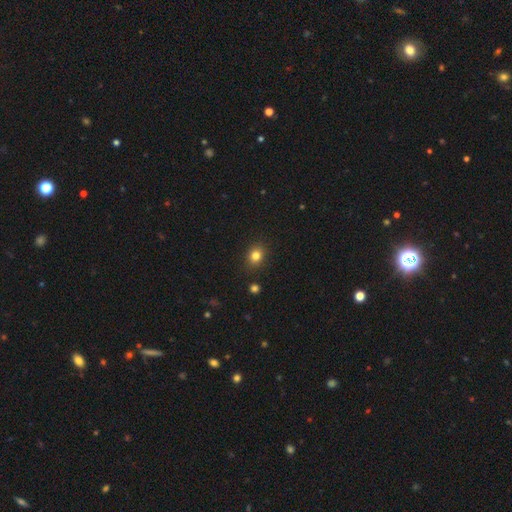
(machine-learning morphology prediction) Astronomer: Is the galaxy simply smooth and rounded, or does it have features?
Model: smooth — 82%.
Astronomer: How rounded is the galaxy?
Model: round — 62% (runner-up: in between, 37%).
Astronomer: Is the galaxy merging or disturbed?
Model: none — 88%.